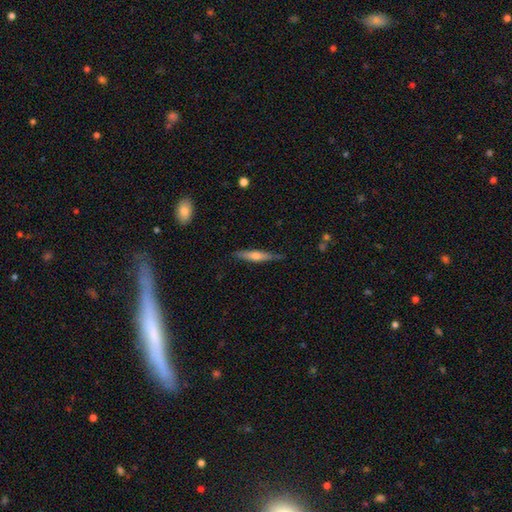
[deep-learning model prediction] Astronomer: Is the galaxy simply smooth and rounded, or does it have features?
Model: featured or disk — 54% (runner-up: smooth, 40%).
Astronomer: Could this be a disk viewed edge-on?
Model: yes — 95%.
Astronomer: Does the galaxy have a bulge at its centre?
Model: rounded — 77%.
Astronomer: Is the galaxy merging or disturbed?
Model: none — 83%.